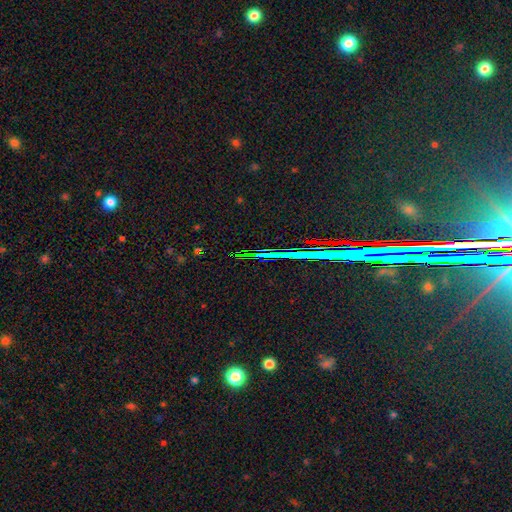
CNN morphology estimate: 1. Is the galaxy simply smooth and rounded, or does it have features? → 78% star or artifact, 12% smooth, 10% featured or disk.